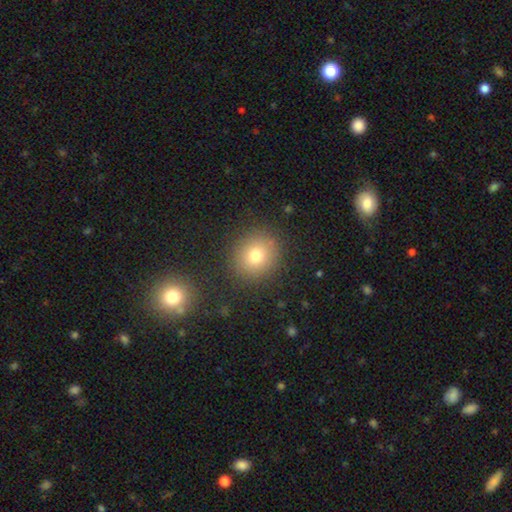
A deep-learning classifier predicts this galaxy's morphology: Q: Smooth or featured?
A: smooth (74%); runner-up: star or artifact (15%)
Q: How rounded?
A: round (85%); runner-up: in between (14%)
Q: Merging?
A: none (87%); runner-up: minor disturbance (8%)